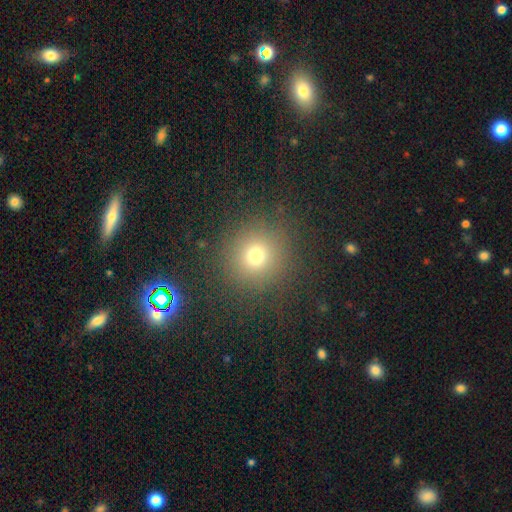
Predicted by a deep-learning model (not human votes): A smooth galaxy with no disk features (72%) that is round (92%).

Vote fractions:
- Smooth or featured? smooth: 72% / star or artifact: 19% / featured or disk: 9%
- How rounded? round: 92% / in between: 7% / cigar-shaped: 1%
- Merging? none: 87% / minor disturbance: 8% / major disturbance: 4% / merger: 2%